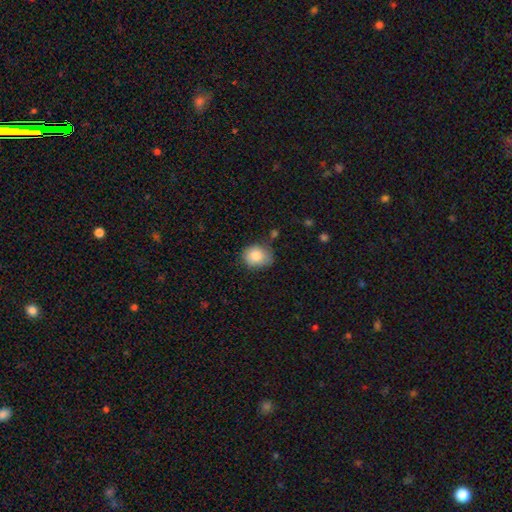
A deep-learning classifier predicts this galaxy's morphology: A smooth galaxy with no disk features (84%) that is round (65%).

Vote fractions:
- Smooth or featured? smooth: 84% / featured or disk: 9% / star or artifact: 8%
- How rounded? round: 65% / in between: 34% / cigar-shaped: 1%
- Merging? none: 61% / minor disturbance: 29% / major disturbance: 7% / merger: 4%